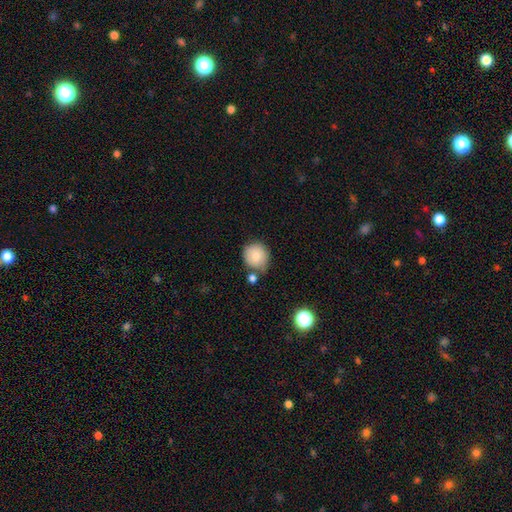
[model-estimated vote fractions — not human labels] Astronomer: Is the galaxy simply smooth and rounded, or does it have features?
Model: smooth — 81%.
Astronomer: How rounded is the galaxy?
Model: round — 84%.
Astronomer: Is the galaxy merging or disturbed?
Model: none — 60%.